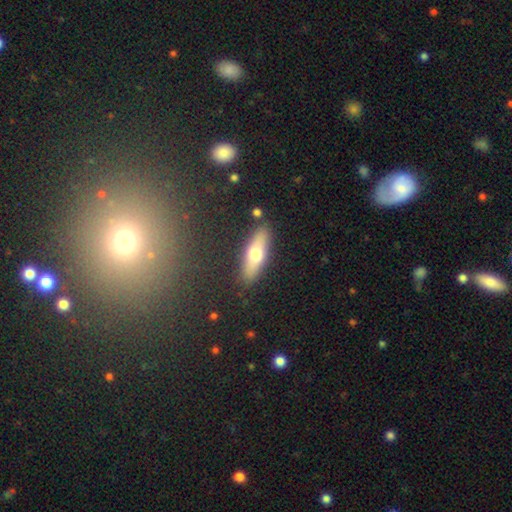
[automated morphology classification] Smooth or featured?
  - smooth: 57% *
  - featured or disk: 37%
  - star or artifact: 6%
How rounded?
  - cigar-shaped: 54% *
  - in between: 44%
  - round: 3%
Merging?
  - none: 87% *
  - minor disturbance: 8%
  - major disturbance: 2%
  - merger: 2%